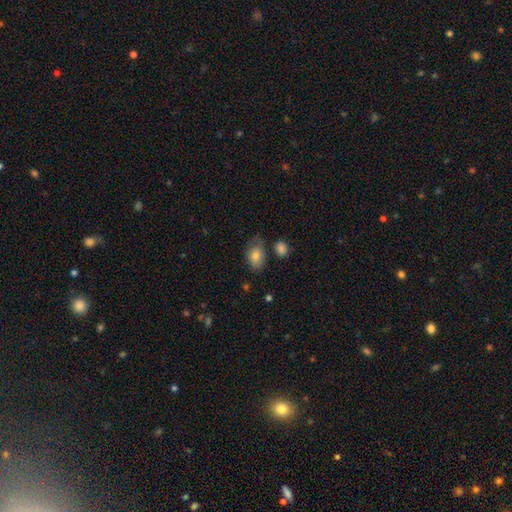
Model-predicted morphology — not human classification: The model was most divided on "merging": none: 59%, minor disturbance: 26%, major disturbance: 8%, merger: 6%. More confident: how rounded — in between (86%); smooth or featured — smooth (79%).